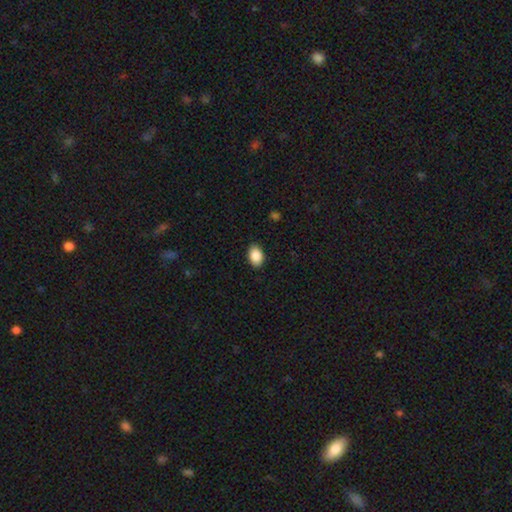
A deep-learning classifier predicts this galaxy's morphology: A smooth galaxy with no disk features (89%) that is in between round and cigar-shaped (87%).

Vote fractions:
- Smooth or featured? smooth: 89% / star or artifact: 7% / featured or disk: 4%
- How rounded? in between: 87% / round: 12% / cigar-shaped: 1%
- Merging? none: 86% / minor disturbance: 10% / major disturbance: 2% / merger: 1%